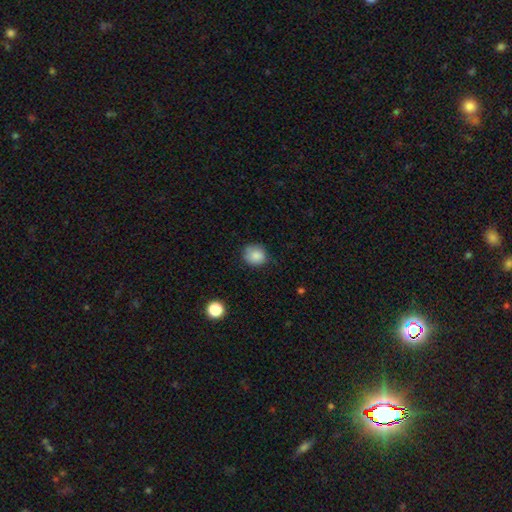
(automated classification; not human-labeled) Smooth or featured? Predicted: smooth (p=0.85). How rounded? Predicted: round (p=0.82). Merging? Predicted: none (p=0.75).